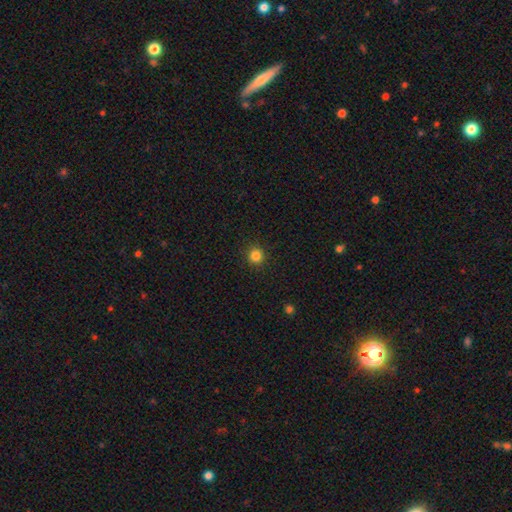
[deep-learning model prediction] A smooth galaxy with no disk features (84%) that is round (93%). Merging: none (92%).